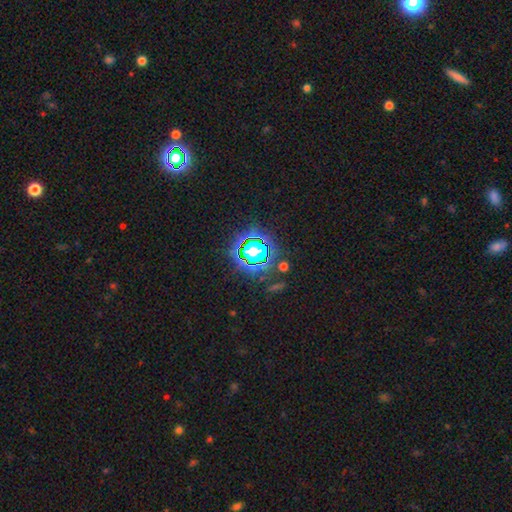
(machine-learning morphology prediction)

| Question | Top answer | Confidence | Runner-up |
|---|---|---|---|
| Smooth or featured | star or artifact | 80% | smooth (13%) |